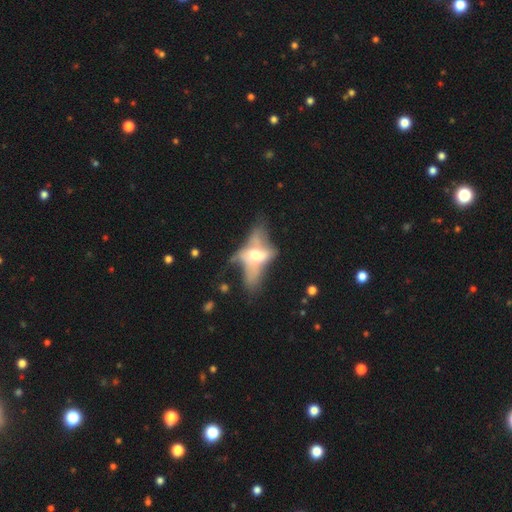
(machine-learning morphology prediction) smooth_or_featured: featured or disk (p=0.55) [alt: smooth p=0.35]
disk_edge_on: no (p=0.72) [alt: yes p=0.28]
merging: major disturbance (p=0.43) [alt: merger p=0.23]